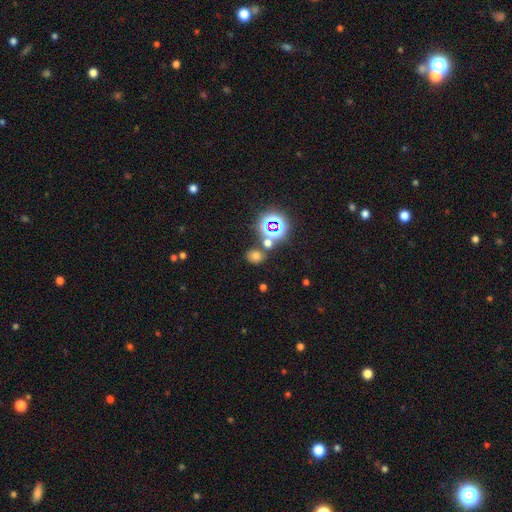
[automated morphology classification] smooth_or_featured: smooth (p=0.61) [alt: star or artifact p=0.32]
how_rounded: round (p=0.60) [alt: in between p=0.39]
merging: none (p=0.74) [alt: merger p=0.13]